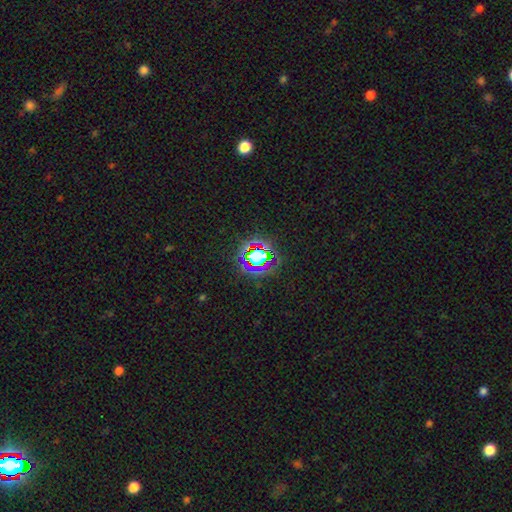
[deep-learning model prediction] Smooth or featured: star or artifact — 65% (smooth — 22%)